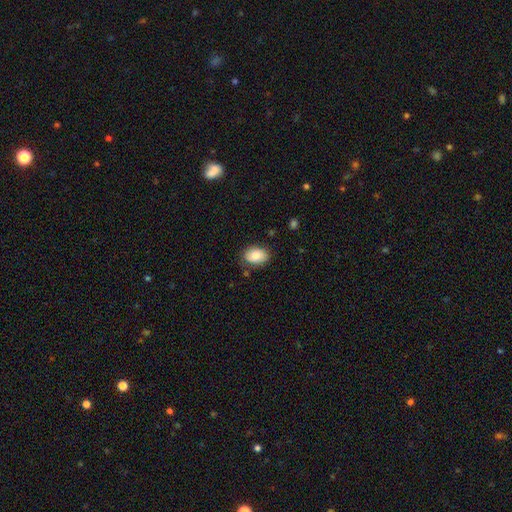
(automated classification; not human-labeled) Smooth or featured: smooth — 81% (featured or disk — 12%)
How rounded: in between — 81% (round — 18%)
Merging: none — 77% (minor disturbance — 18%)